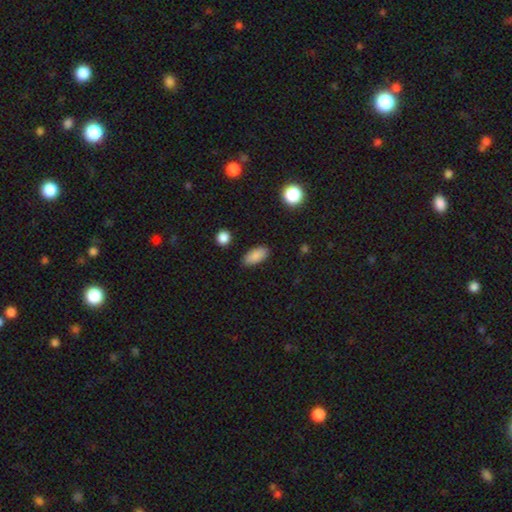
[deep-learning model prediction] This is clearly a smooth galaxy (87%). How rounded: clearly in between (90%). Merging: clearly none (85%).